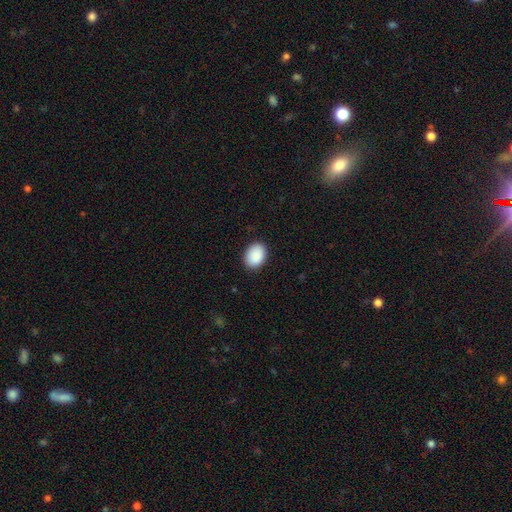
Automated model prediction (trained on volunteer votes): Q: Smooth or featured?
A: smooth (91%); runner-up: star or artifact (7%)
Q: How rounded?
A: in between (76%); runner-up: round (23%)
Q: Merging?
A: none (88%); runner-up: minor disturbance (9%)